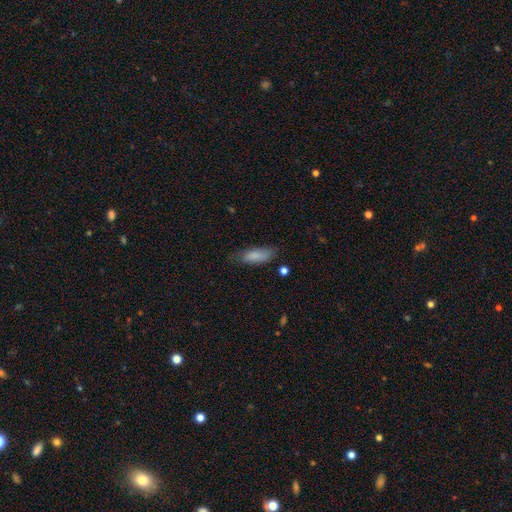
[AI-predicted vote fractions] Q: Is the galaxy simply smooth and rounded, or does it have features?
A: smooth — 84%.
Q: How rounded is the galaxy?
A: in between — 61%.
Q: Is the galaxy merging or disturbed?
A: none — 70%.